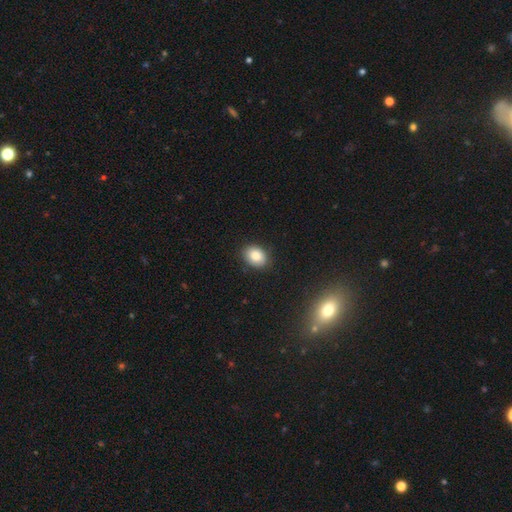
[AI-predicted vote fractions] Smooth or featured?
  - smooth: 84% *
  - star or artifact: 9%
  - featured or disk: 7%
How rounded?
  - in between: 62% *
  - round: 37%
  - cigar-shaped: 1%
Merging?
  - none: 87% *
  - minor disturbance: 9%
  - major disturbance: 2%
  - merger: 1%